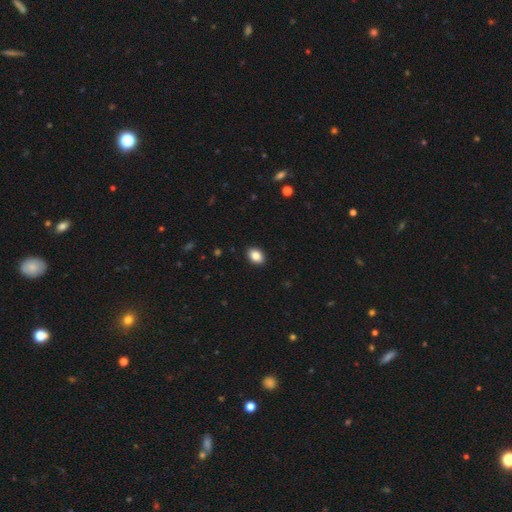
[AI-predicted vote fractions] smooth_or_featured: smooth (p=0.86) [alt: star or artifact p=0.08]
how_rounded: in between (p=0.79) [alt: round p=0.20]
merging: none (p=0.91) [alt: minor disturbance p=0.06]